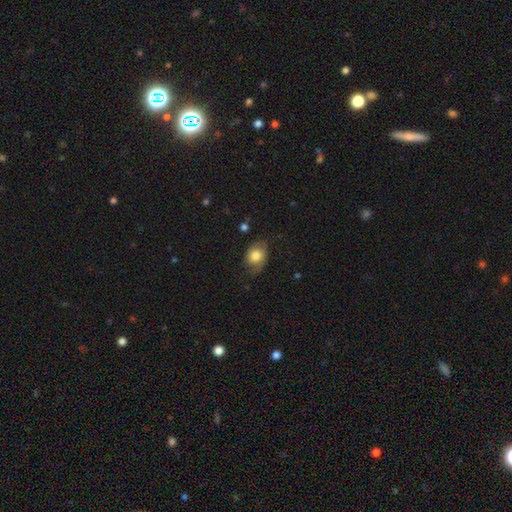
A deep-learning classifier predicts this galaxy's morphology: A smooth galaxy with no disk features (71%) that is in between round and cigar-shaped (64%).

Vote fractions:
- Smooth or featured? smooth: 71% / featured or disk: 22% / star or artifact: 8%
- How rounded? in between: 64% / round: 35% / cigar-shaped: 1%
- Merging? none: 62% / minor disturbance: 27% / major disturbance: 9% / merger: 2%